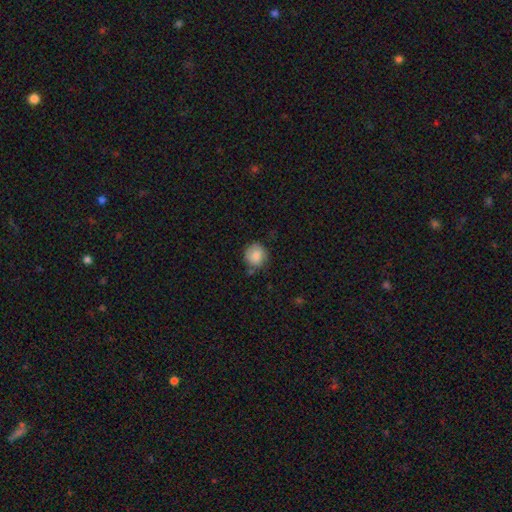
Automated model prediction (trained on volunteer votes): A smooth galaxy with no disk features (86%) that is round (89%).

Vote fractions:
- Smooth or featured? smooth: 86% / star or artifact: 8% / featured or disk: 5%
- How rounded? round: 89% / in between: 10% / cigar-shaped: 1%
- Merging? none: 78% / minor disturbance: 15% / merger: 4% / major disturbance: 3%